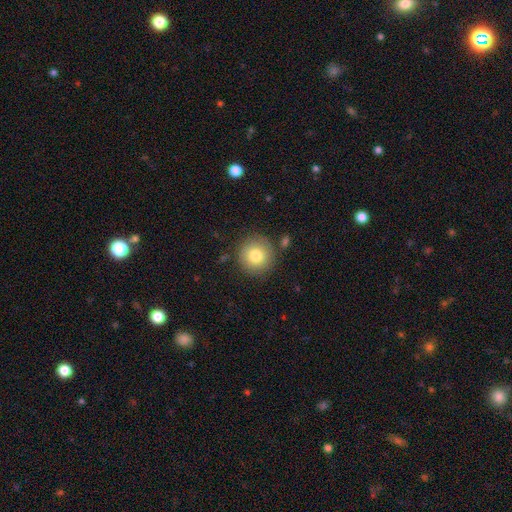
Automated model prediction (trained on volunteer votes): smooth_or_featured: smooth (p=0.80) [alt: featured or disk p=0.10]
how_rounded: round (p=0.95) [alt: in between p=0.04]
merging: none (p=0.85) [alt: minor disturbance p=0.09]